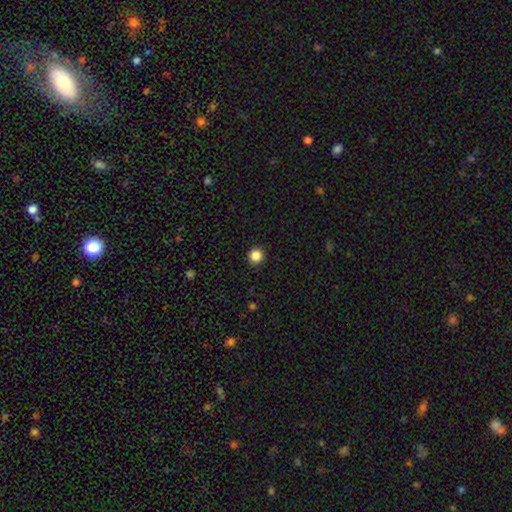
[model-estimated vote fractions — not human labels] Smooth or featured? Predicted: smooth (p=0.86). How rounded? Predicted: round (p=0.95). Merging? Predicted: none (p=0.93).